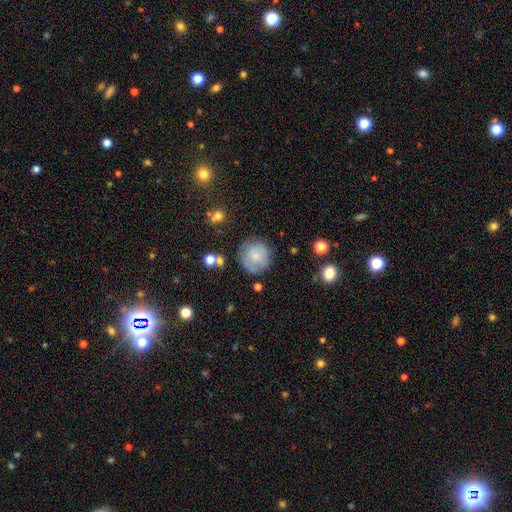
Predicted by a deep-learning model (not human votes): Overall: smooth (66%). How rounded: round (92%). Merging: none (71%).